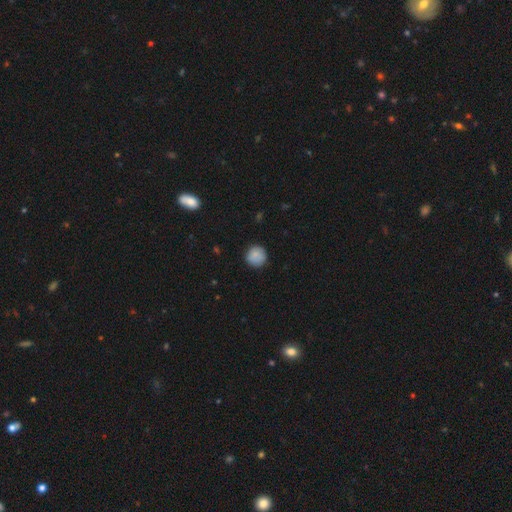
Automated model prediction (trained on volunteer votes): smooth-or-featured: smooth: 86% | star or artifact: 8% | featured or disk: 6%
  how-rounded: round: 94% | in between: 5% | cigar-shaped: 1%
  merging: none: 88% | minor disturbance: 9% | major disturbance: 2% | merger: 1%